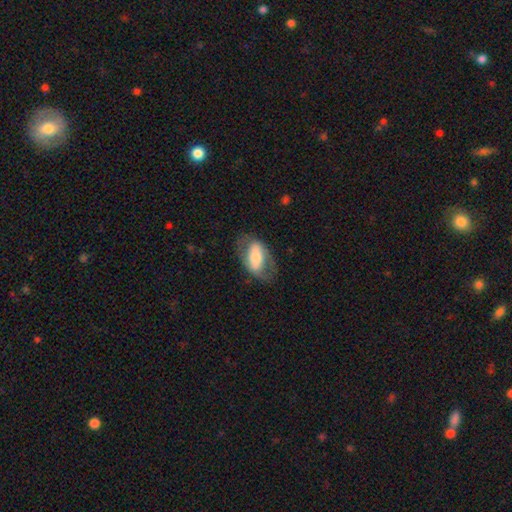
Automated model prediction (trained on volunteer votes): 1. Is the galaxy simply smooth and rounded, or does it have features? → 49% smooth, 45% featured or disk, 6% star or artifact.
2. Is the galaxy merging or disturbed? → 66% none, 20% minor disturbance, 13% major disturbance, 1% merger.